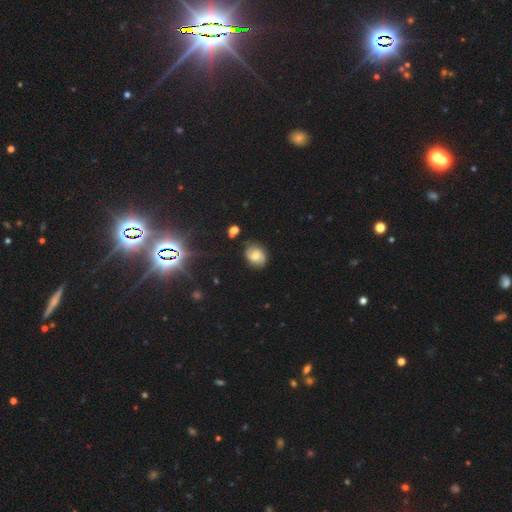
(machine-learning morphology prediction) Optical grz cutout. It shows a smooth galaxy with no disk features (50%). Merging: none (77%).